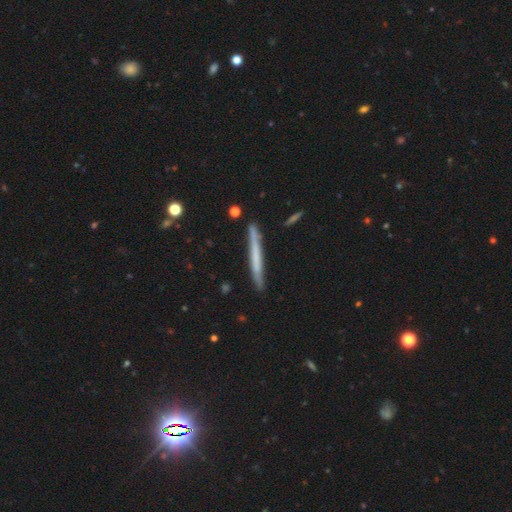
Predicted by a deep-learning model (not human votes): smooth 49%, featured or disk 44%, star or artifact 7%. Down the decision tree: merging — none (87%).